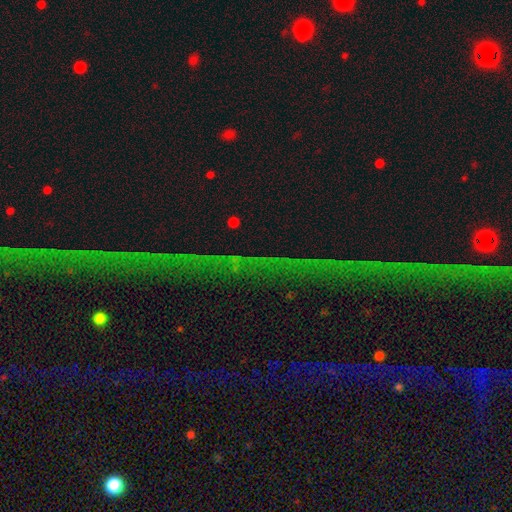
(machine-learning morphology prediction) This appears to be a star or artifact, not a galaxy (77%).